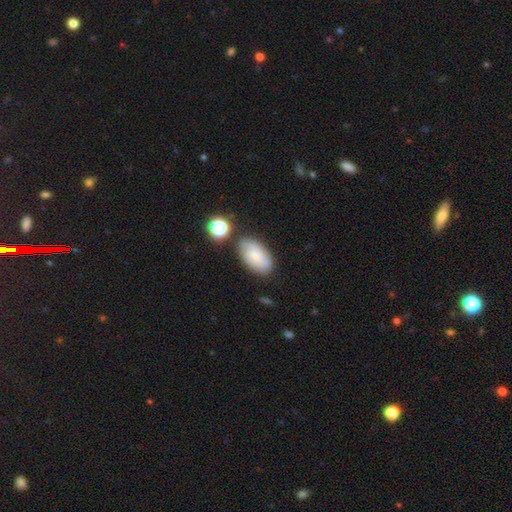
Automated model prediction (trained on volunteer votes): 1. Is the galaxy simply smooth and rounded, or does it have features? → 61% smooth, 30% featured or disk, 10% star or artifact.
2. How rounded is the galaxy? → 92% in between, 6% round, 2% cigar-shaped.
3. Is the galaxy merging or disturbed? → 70% none, 18% minor disturbance, 7% merger, 5% major disturbance.